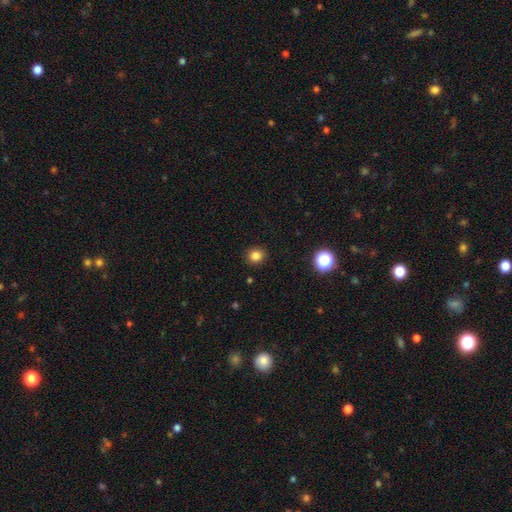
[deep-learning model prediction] smooth 83%, star or artifact 13%, featured or disk 4%. Down the decision tree: how rounded — round (85%); merging — none (91%).